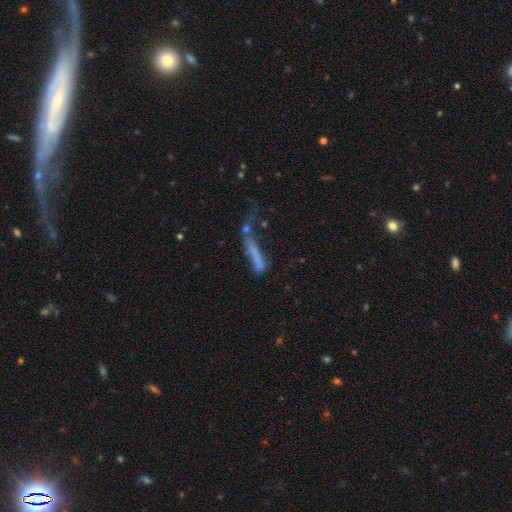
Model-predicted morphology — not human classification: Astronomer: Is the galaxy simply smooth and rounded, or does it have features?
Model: smooth — 56%.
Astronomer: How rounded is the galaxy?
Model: cigar-shaped — 82%.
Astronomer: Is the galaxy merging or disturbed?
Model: major disturbance — 34% (runner-up: none, 26%).